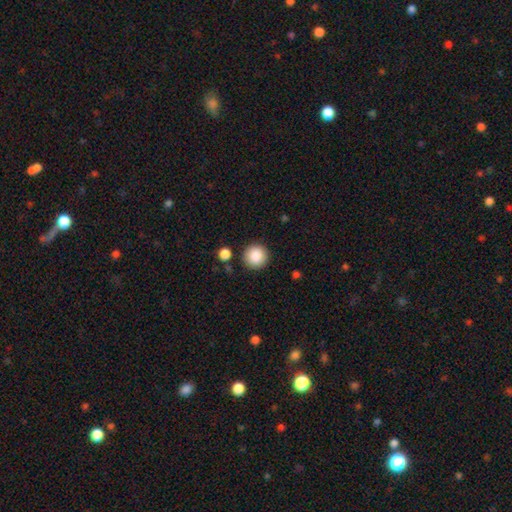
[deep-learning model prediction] smooth_or_featured: smooth (p=0.88) [alt: star or artifact p=0.08]
how_rounded: round (p=0.95) [alt: in between p=0.04]
merging: none (p=0.88) [alt: minor disturbance p=0.07]